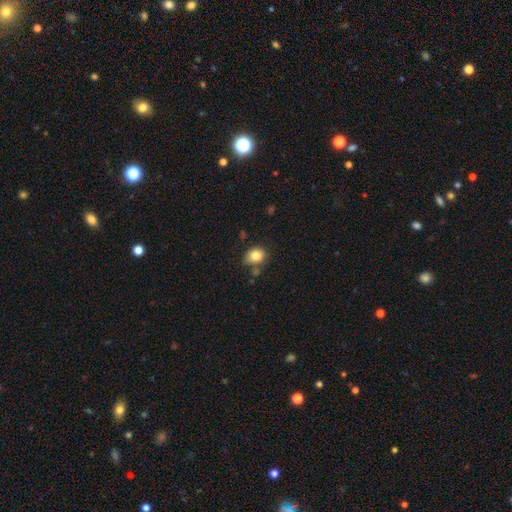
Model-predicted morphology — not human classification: smooth-or-featured: smooth: 81% | star or artifact: 10% | featured or disk: 9%
  how-rounded: round: 56% | in between: 43% | cigar-shaped: 1%
  merging: none: 66% | minor disturbance: 20% | merger: 8% | major disturbance: 5%